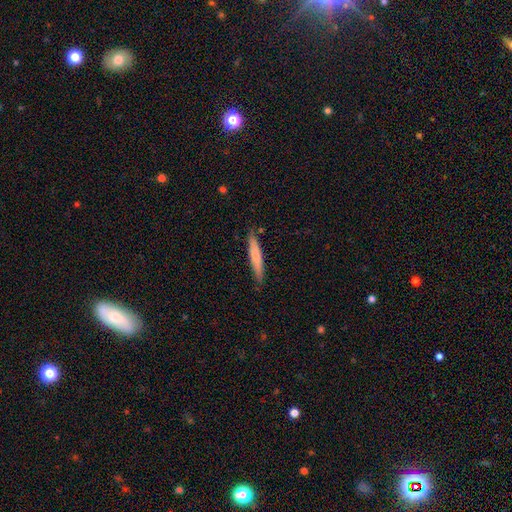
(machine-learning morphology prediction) Smooth or featured? smooth (69%)
How rounded? cigar-shaped (92%)
Merging? none (86%)